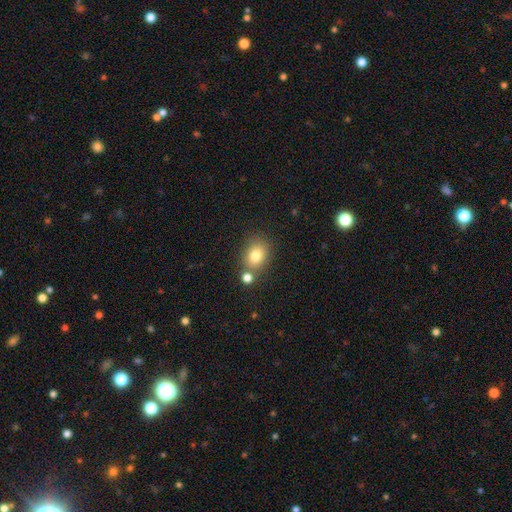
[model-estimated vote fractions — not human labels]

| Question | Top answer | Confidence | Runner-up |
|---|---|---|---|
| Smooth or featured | smooth | 80% | star or artifact (11%) |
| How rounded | in between | 54% | round (44%) |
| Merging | none | 67% | merger (17%) |